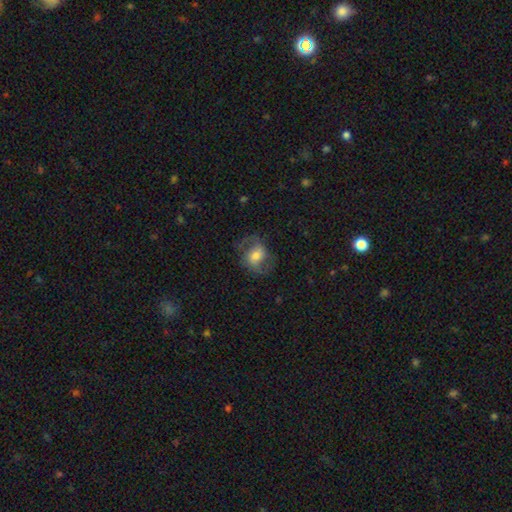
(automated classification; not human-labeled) The model was most divided on "bar": no: 47%, weak: 37%, strong: 16%. More confident: edge-on disk — no (96%); spiral arms — yes (83%); merging — none (66%); smooth or featured — featured or disk (57%); bulge size — moderate (56%).